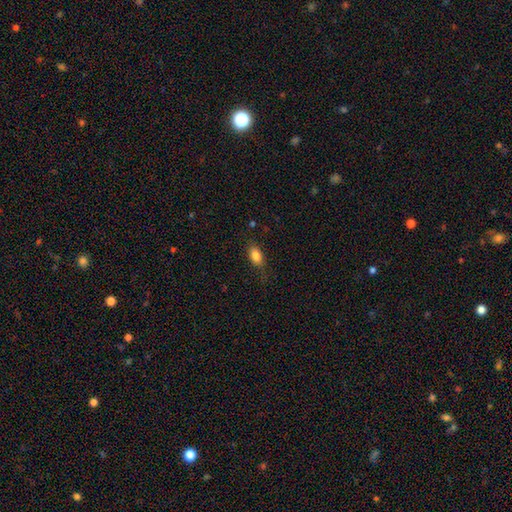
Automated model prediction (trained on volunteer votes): A smooth galaxy with no disk features (84%) that is in between round and cigar-shaped (87%).

Vote fractions:
- Smooth or featured? smooth: 84% / star or artifact: 8% / featured or disk: 8%
- How rounded? in between: 87% / round: 7% / cigar-shaped: 6%
- Merging? none: 78% / minor disturbance: 16% / major disturbance: 4% / merger: 1%